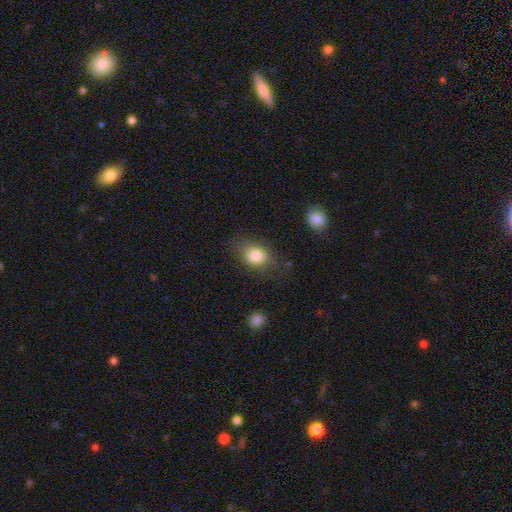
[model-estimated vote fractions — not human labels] This appears to be a smooth galaxy with no disk features (83%) that is round (50%). Merging: none (68%).